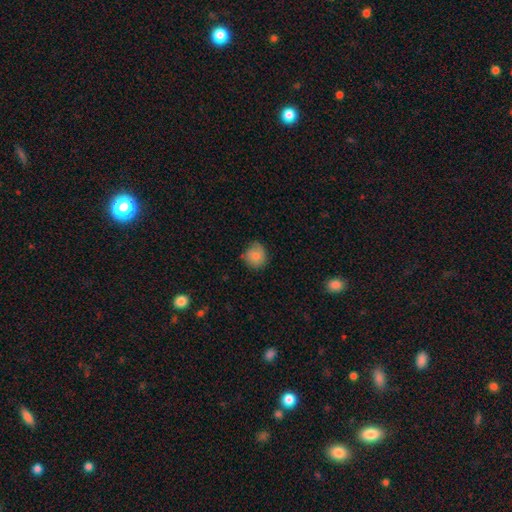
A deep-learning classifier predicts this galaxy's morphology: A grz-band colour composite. It shows a smooth galaxy with no disk features (80%) that is round (81%). Merging: none (64%).